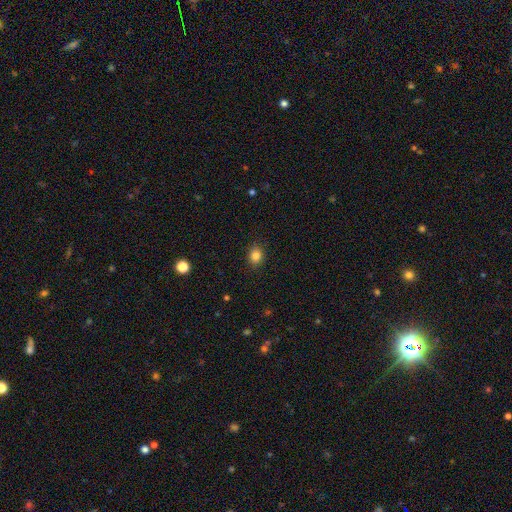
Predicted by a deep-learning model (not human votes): Overall: smooth (84%). How rounded: round (58%; in between 41%). Merging: none (87%).